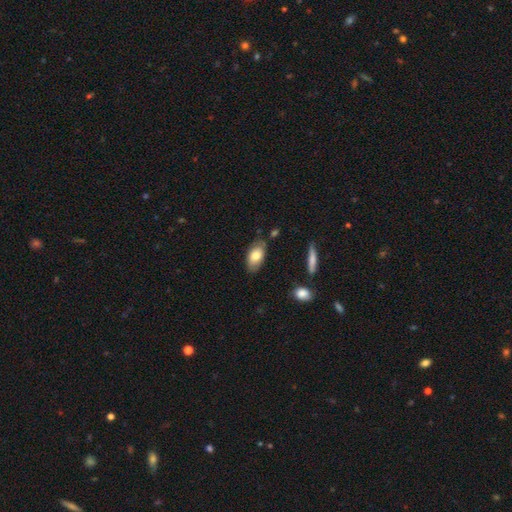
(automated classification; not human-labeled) Morphology: type=smooth (76%); roundness=in between (93%); merging=none (75%).